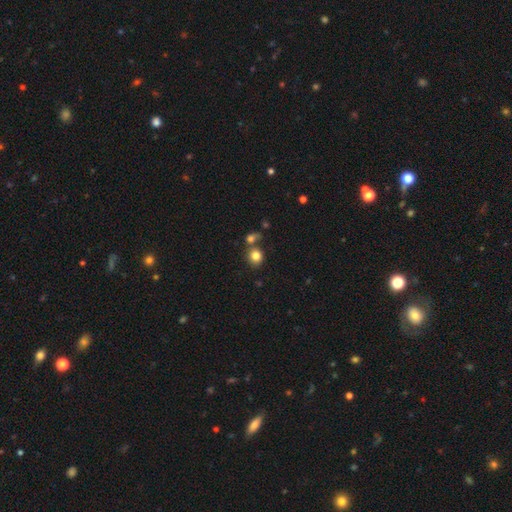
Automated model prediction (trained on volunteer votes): A smooth galaxy with no disk features (82%) that is round (82%). Merging: none (62%).